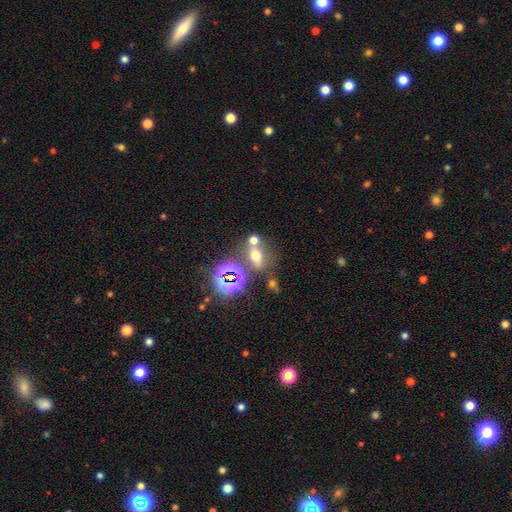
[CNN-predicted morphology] This is possibly a smooth galaxy (54%). How rounded: likely in between (60%). Merging: possibly none (52%).